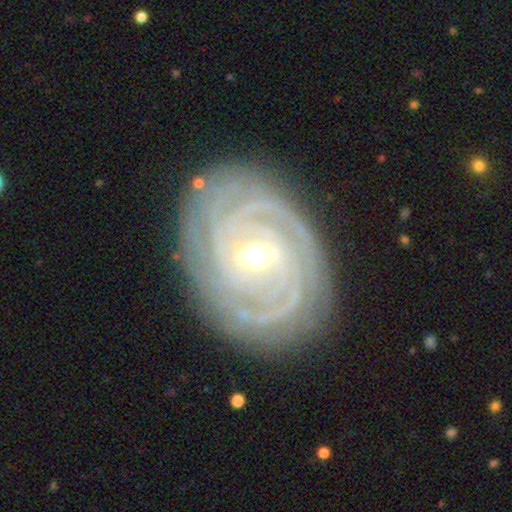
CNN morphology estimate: This appears to be a featured or disk galaxy (91%) with a weak bar (41%), 3 (26%) tight (85%) spiral arms (98%) and a moderate central bulge (52%). Merging: none (84%).